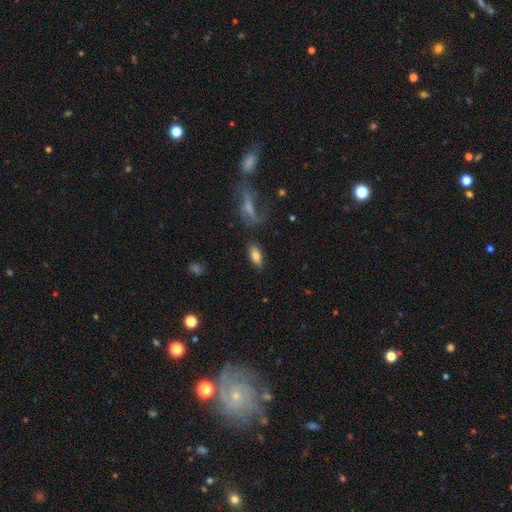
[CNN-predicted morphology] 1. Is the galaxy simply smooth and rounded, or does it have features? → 79% smooth, 13% featured or disk, 8% star or artifact.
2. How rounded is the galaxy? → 84% in between, 13% cigar-shaped, 3% round.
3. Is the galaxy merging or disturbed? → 82% none, 11% minor disturbance, 4% major disturbance, 3% merger.